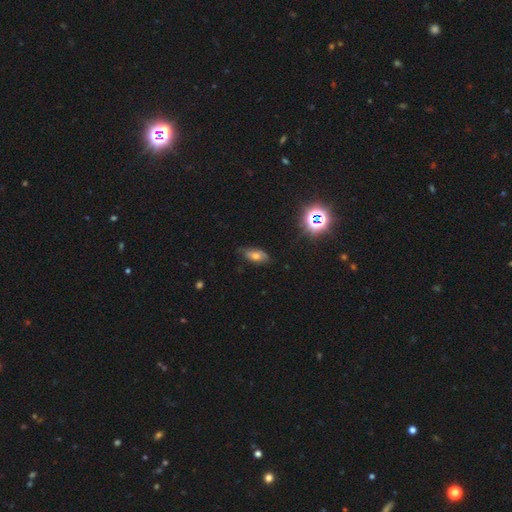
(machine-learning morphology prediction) The model was most divided on "smooth or featured": smooth: 57%, featured or disk: 26%, star or artifact: 17%. More confident: how rounded — in between (87%); merging — none (69%).